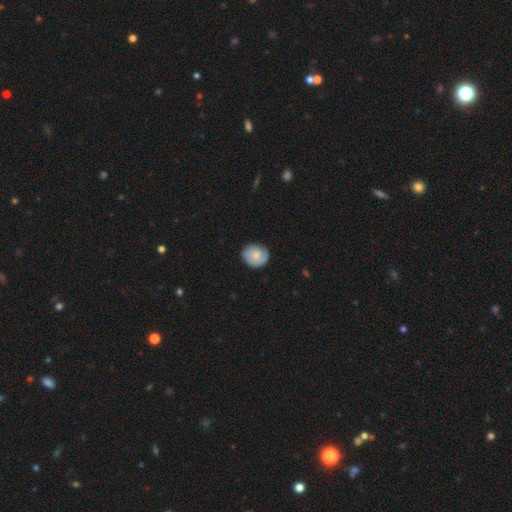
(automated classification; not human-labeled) smooth_or_featured: smooth (p=0.62) [alt: featured or disk p=0.32]
how_rounded: round (p=0.80) [alt: in between p=0.19]
merging: none (p=0.77) [alt: minor disturbance p=0.18]